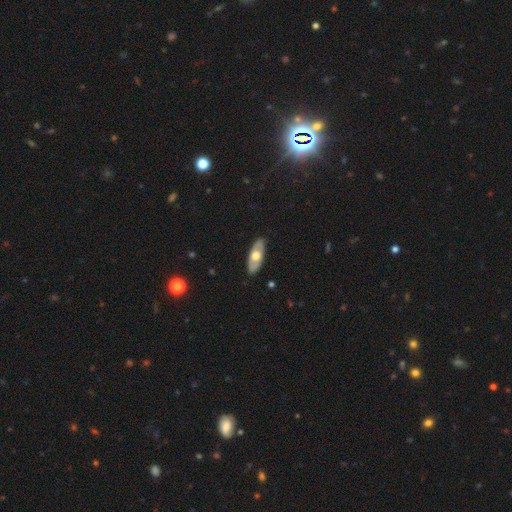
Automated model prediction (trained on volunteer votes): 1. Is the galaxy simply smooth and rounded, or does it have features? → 49% featured or disk, 46% smooth, 5% star or artifact.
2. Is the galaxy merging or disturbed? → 86% none, 11% minor disturbance, 2% major disturbance, 1% merger.